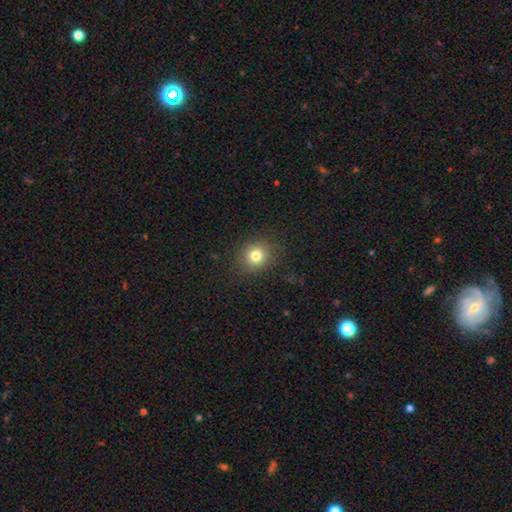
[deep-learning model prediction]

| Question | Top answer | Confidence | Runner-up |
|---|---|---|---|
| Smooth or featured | smooth | 80% | star or artifact (13%) |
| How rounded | round | 83% | in between (16%) |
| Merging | none | 87% | minor disturbance (8%) |